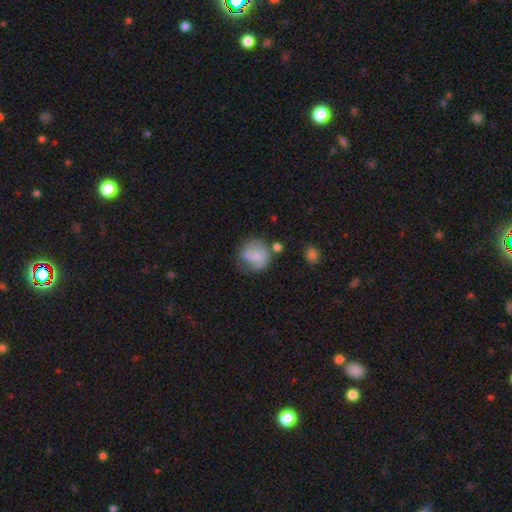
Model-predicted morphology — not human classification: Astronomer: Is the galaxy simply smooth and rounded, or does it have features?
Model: smooth — 68%.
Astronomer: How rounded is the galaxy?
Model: round — 78%.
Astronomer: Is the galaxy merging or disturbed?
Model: none — 45% (runner-up: minor disturbance, 28%).